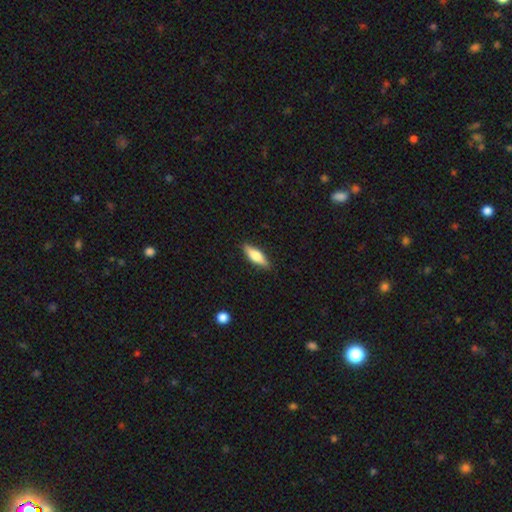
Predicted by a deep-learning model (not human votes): This appears to be a smooth galaxy with no disk features (63%) that is in between round and cigar-shaped (50%). Merging: none (88%).